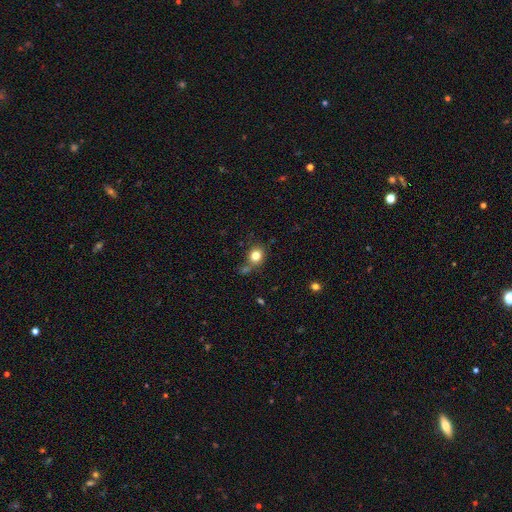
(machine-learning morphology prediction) type=smooth (81%); roundness=round (76%); merging=none (67%).